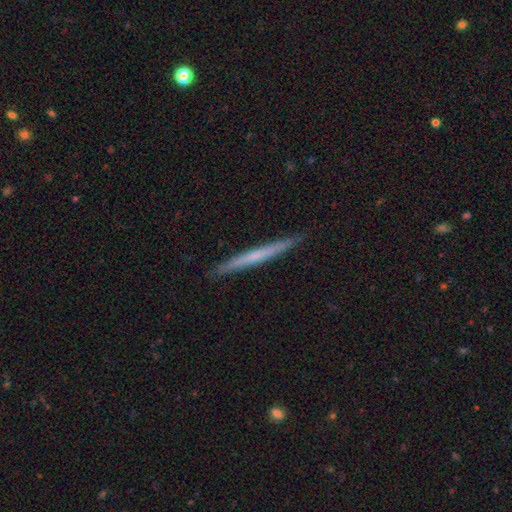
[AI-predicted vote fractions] Smooth or featured? featured or disk (49%)
Merging? none (92%)